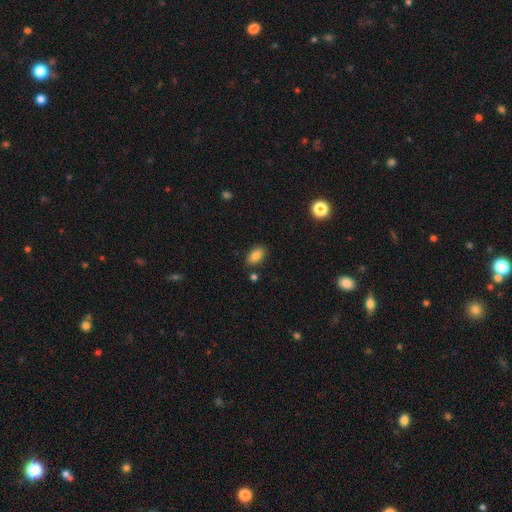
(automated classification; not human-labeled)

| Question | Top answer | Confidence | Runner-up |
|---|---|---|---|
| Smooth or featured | smooth | 83% | star or artifact (9%) |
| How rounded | in between | 89% | round (8%) |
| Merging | none | 83% | minor disturbance (11%) |